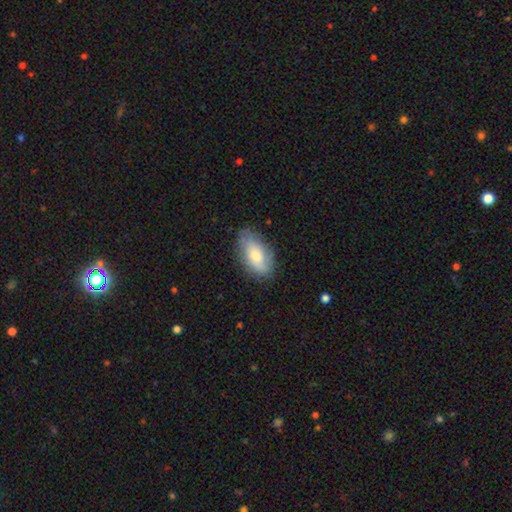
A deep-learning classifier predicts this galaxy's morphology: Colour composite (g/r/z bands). It shows a smooth galaxy with no disk features (71%) that is in between round and cigar-shaped (92%). Merging: none (74%).